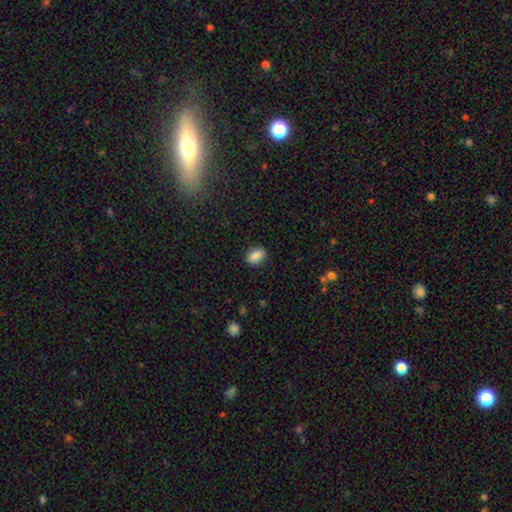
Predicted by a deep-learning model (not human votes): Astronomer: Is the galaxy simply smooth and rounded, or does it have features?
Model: smooth — 86%.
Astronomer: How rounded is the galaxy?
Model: in between — 81%.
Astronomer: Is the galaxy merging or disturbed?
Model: none — 86%.